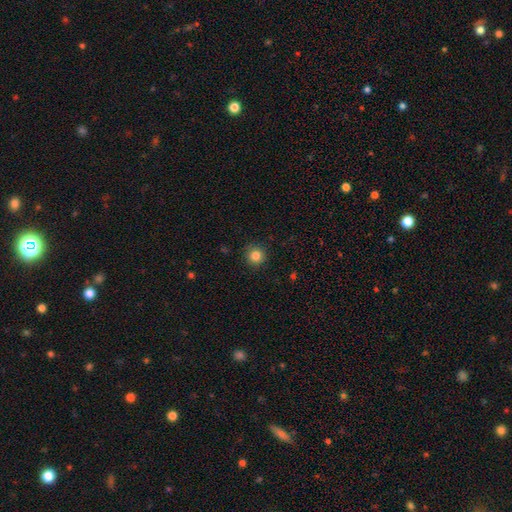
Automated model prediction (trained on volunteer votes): Smooth or featured? Predicted: smooth (p=0.85). How rounded? Predicted: round (p=0.94). Merging? Predicted: none (p=0.90).